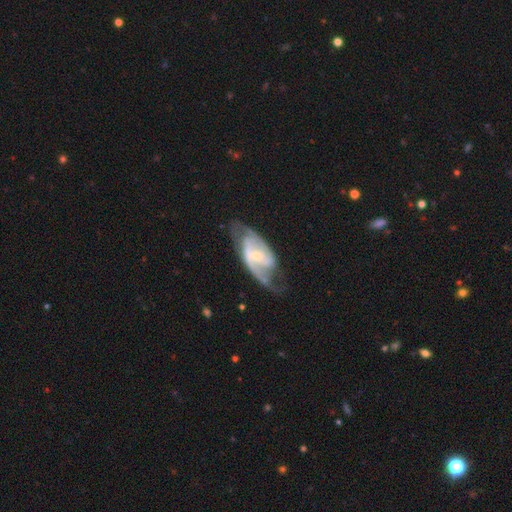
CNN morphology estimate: Overall: featured or disk (86%). Edge-on disk: no (95%). Bar: weak (44%; no 34%). Spiral arms: yes (94%). Spiral arm count: 2 (76%). Spiral winding: medium (49%; tight 27%). Bulge size: small (64%; moderate 30%). Merging: none (59%; minor disturbance 22%).